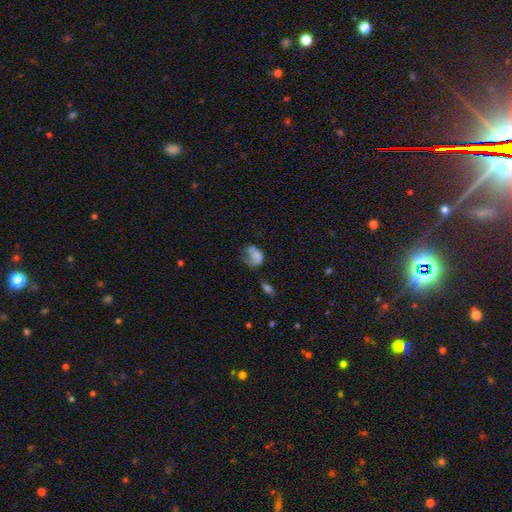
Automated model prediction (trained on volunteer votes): This appears to be a smooth galaxy with no disk features (53%) that is in between round and cigar-shaped (70%). Merging: major disturbance (37%).